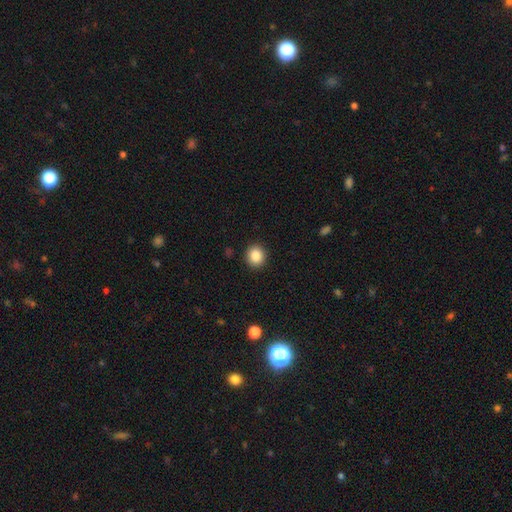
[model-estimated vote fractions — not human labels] Smooth or featured?
  - smooth: 87% *
  - star or artifact: 9%
  - featured or disk: 4%
How rounded?
  - round: 84% *
  - in between: 15%
  - cigar-shaped: 1%
Merging?
  - none: 91% *
  - minor disturbance: 6%
  - major disturbance: 2%
  - merger: 1%